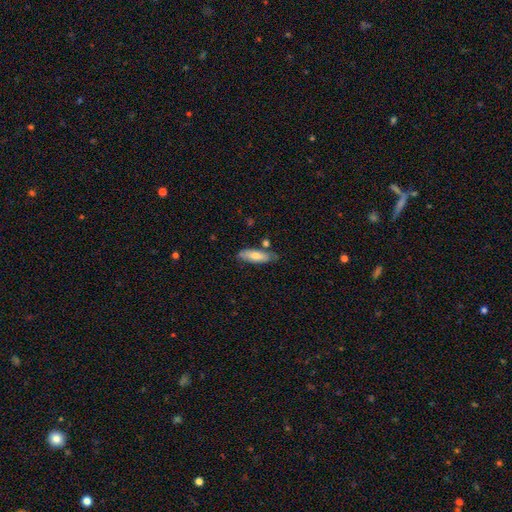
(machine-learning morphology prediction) smooth 71%, featured or disk 23%, star or artifact 6%. Down the decision tree: how rounded — in between (58%); merging — none (70%).